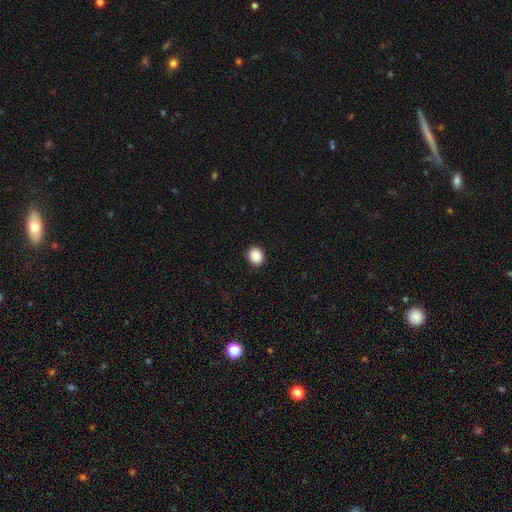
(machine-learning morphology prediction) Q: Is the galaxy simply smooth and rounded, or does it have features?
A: smooth — 89%.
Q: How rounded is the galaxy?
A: round — 66%.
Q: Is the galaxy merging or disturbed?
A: none — 92%.